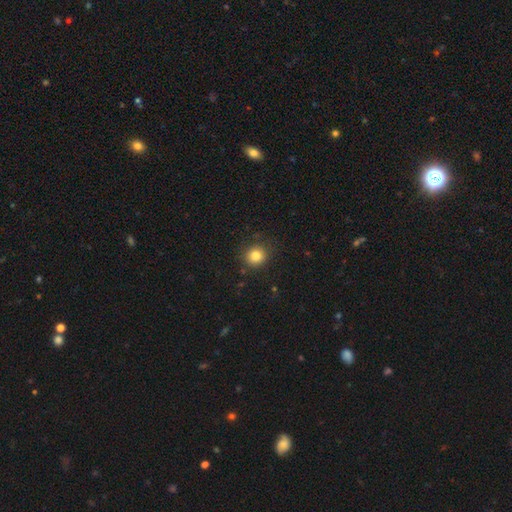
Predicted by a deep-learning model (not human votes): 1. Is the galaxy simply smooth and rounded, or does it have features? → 82% smooth, 12% star or artifact, 6% featured or disk.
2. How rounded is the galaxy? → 88% round, 11% in between, 1% cigar-shaped.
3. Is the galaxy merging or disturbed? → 87% none, 9% minor disturbance, 3% major disturbance, 2% merger.